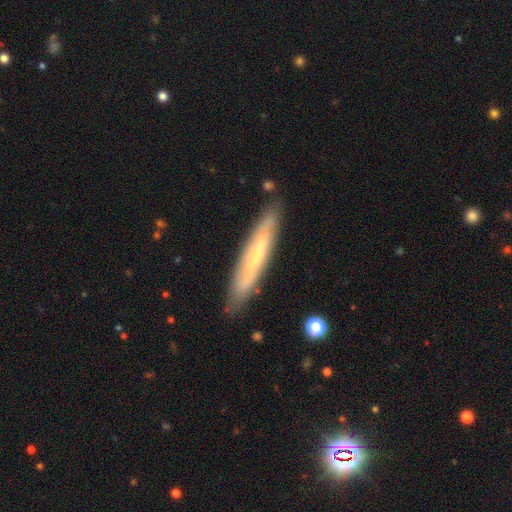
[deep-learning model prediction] featured or disk 57%, smooth 37%, star or artifact 6%. Down the decision tree: edge-on disk — yes (73%); merging — none (84%).